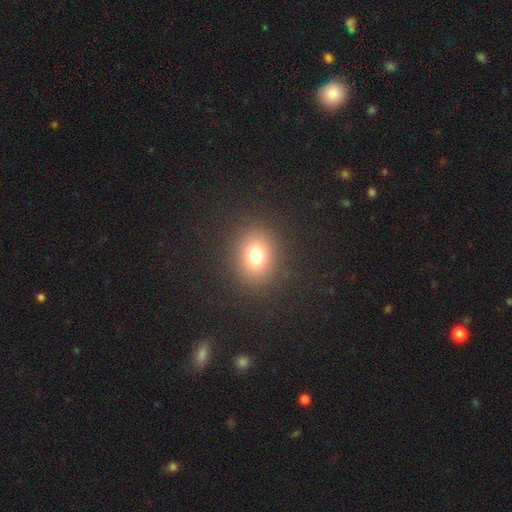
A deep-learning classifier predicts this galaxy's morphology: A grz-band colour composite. It shows a smooth galaxy with no disk features (75%) that is round (65%). Merging: none (89%).